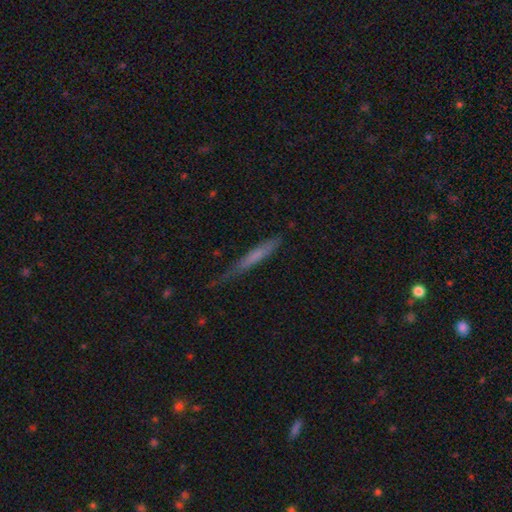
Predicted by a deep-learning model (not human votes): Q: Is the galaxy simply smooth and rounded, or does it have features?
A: smooth — 59%.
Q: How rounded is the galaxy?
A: cigar-shaped — 94%.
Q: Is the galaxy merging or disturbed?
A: none — 59%.